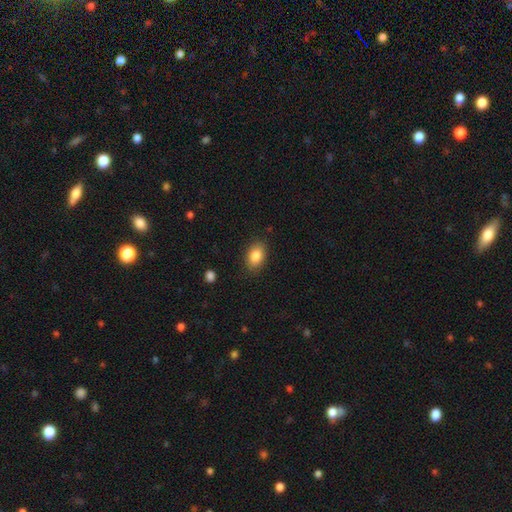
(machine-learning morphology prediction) A smooth galaxy with no disk features (85%) that is in between round and cigar-shaped (86%). Merging: none (86%).